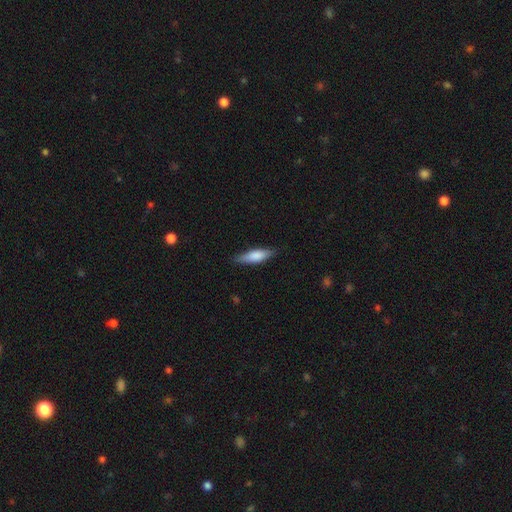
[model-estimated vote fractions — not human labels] Smooth or featured? Predicted: smooth (p=0.70). How rounded? Predicted: cigar-shaped (p=0.57). Merging? Predicted: none (p=0.83).